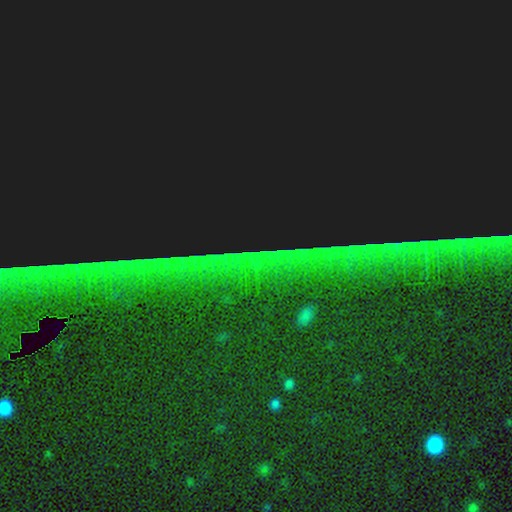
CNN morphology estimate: type=star or artifact (88%).